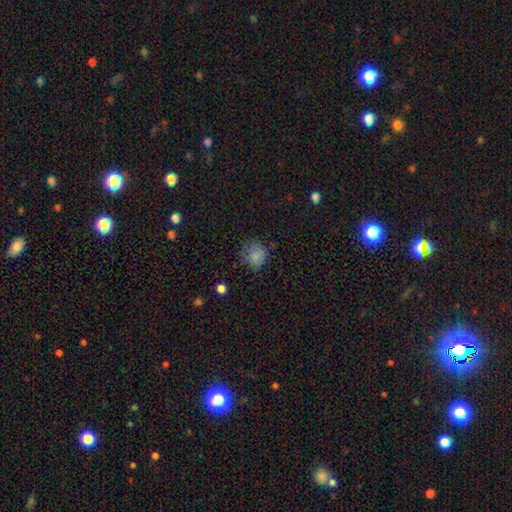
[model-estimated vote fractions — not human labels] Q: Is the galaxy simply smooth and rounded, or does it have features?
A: smooth — 79%.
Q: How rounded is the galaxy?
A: round — 83%.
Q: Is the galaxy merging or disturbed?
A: none — 67%.